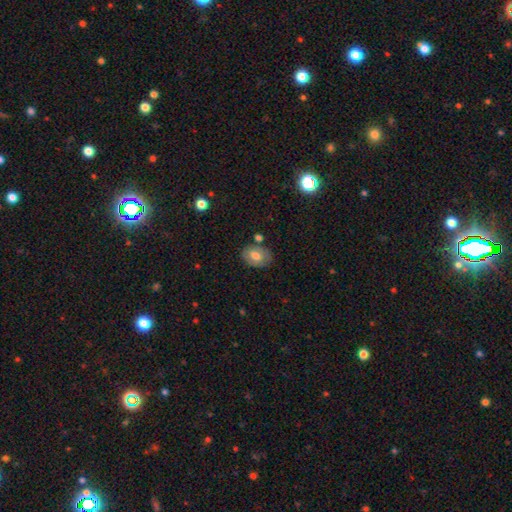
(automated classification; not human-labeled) A smooth galaxy with no disk features (66%) that is in between round and cigar-shaped (76%).

Vote fractions:
- Smooth or featured? smooth: 66% / featured or disk: 27% / star or artifact: 8%
- How rounded? in between: 76% / round: 23% / cigar-shaped: 1%
- Merging? none: 75% / minor disturbance: 15% / merger: 6% / major disturbance: 4%